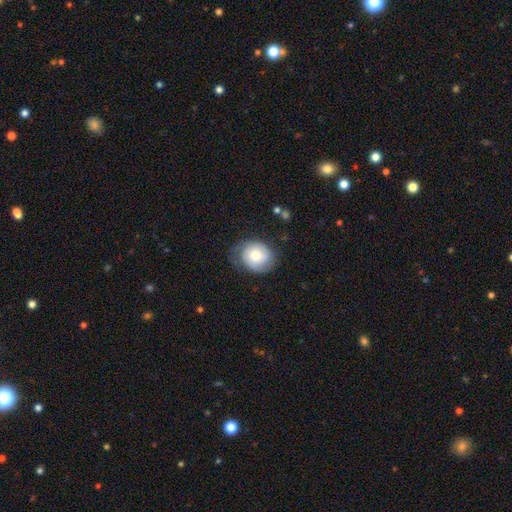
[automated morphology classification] A smooth galaxy with no disk features (60%) that is round (55%).

Vote fractions:
- Smooth or featured? smooth: 60% / featured or disk: 33% / star or artifact: 7%
- How rounded? round: 55% / in between: 44% / cigar-shaped: 1%
- Merging? none: 58% / minor disturbance: 29% / major disturbance: 11% / merger: 1%